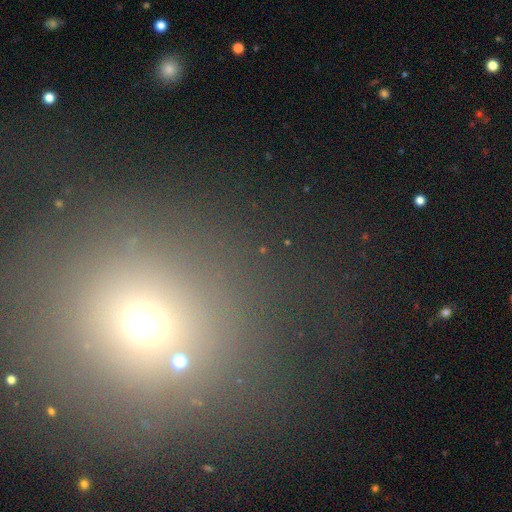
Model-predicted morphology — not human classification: Q: Smooth or featured?
A: smooth (55%); runner-up: star or artifact (33%)
Q: How rounded?
A: round (88%); runner-up: in between (11%)
Q: Merging?
A: none (74%); runner-up: minor disturbance (11%)